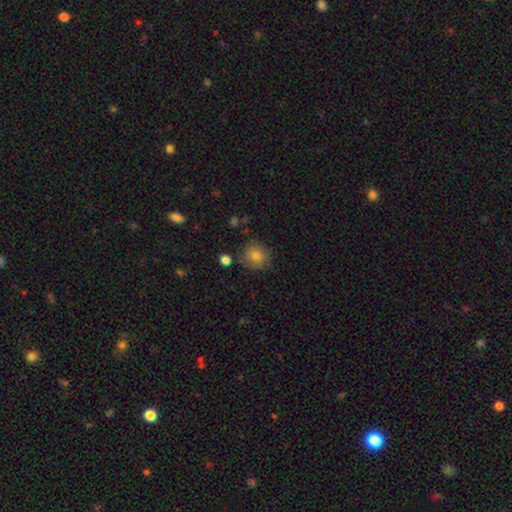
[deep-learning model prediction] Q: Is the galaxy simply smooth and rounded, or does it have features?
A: smooth — 78%.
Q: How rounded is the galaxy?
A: round — 85%.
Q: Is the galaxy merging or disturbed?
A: none — 78%.